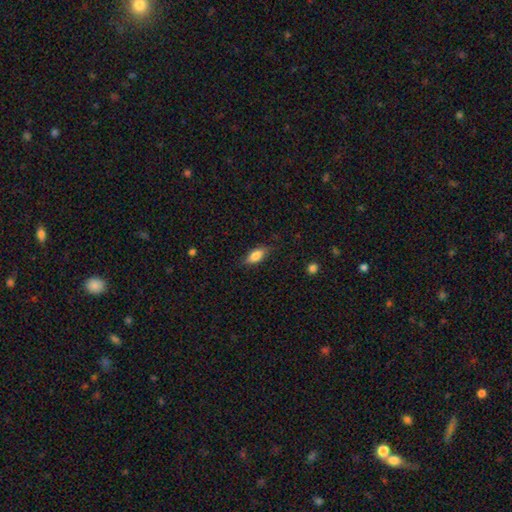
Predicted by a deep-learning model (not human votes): Morphology: type=smooth (79%); roundness=in between (82%); merging=none (78%).